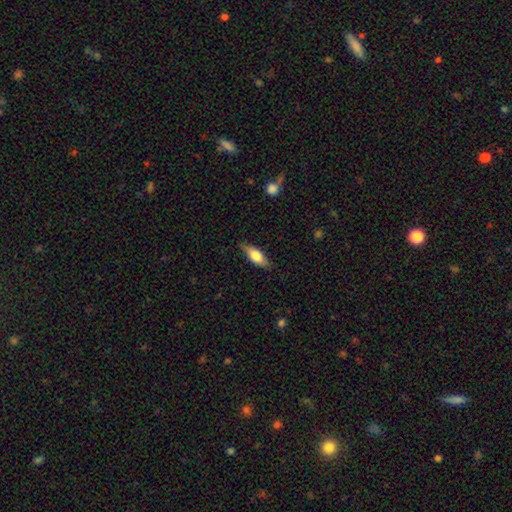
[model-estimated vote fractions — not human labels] Q: Smooth or featured?
A: smooth (68%); runner-up: featured or disk (26%)
Q: How rounded?
A: in between (68%); runner-up: cigar-shaped (29%)
Q: Merging?
A: none (79%); runner-up: minor disturbance (17%)